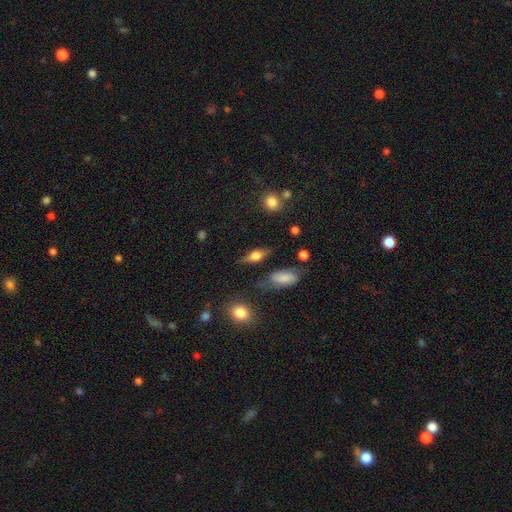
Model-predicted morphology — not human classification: Q: Smooth or featured?
A: featured or disk (48%); runner-up: smooth (42%)
Q: Merging?
A: none (75%); runner-up: minor disturbance (16%)